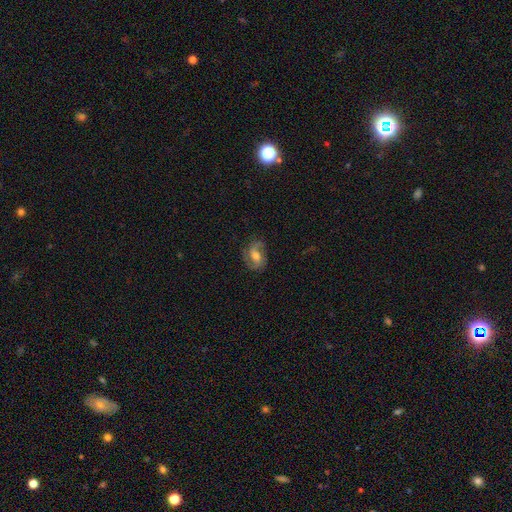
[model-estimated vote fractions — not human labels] A featured or disk galaxy (73%) with a weak bar (45%), 2 (85%) medium (48%) spiral arms (93%) and a moderate central bulge (63%). Merging: none (74%).